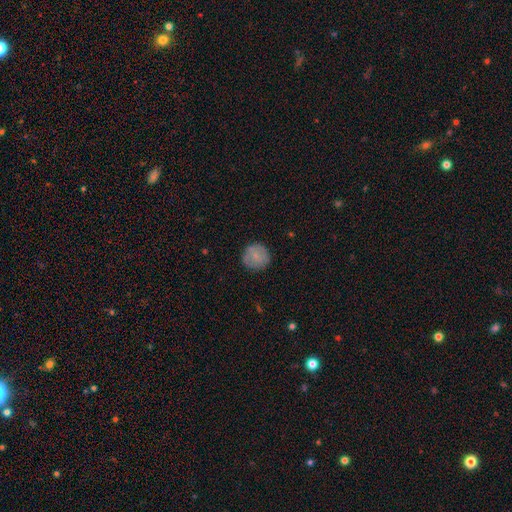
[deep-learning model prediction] Smooth or featured?
  - smooth: 77% *
  - featured or disk: 15%
  - star or artifact: 8%
How rounded?
  - round: 93% *
  - in between: 6%
  - cigar-shaped: 1%
Merging?
  - none: 84% *
  - minor disturbance: 12%
  - major disturbance: 3%
  - merger: 1%